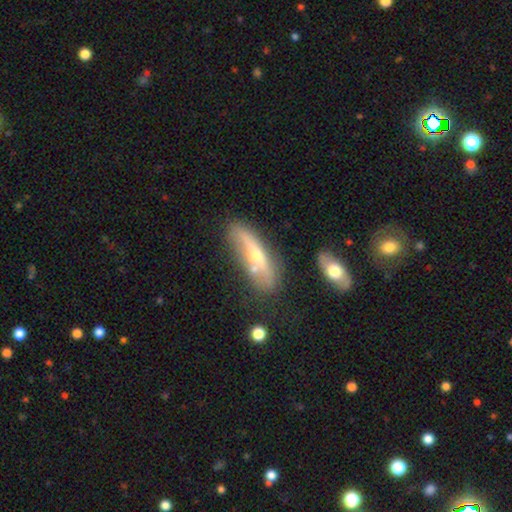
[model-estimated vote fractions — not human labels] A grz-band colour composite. It shows a featured or disk galaxy (58%) viewed edge-on (58%). Merging: none (62%).